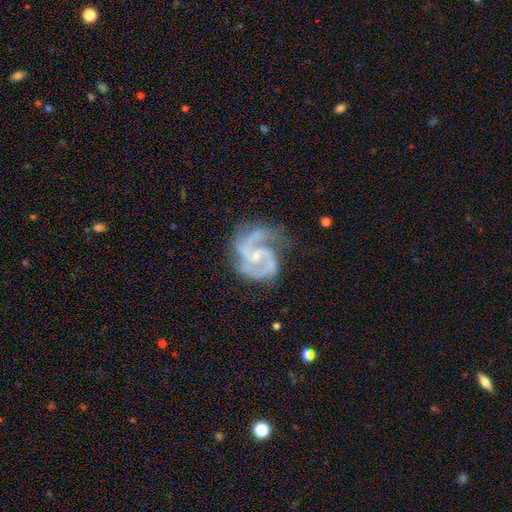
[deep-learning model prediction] The model was most divided on "bar": no: 46%, weak: 43%, strong: 11%. More confident: edge-on disk — no (98%); spiral arms — yes (98%); smooth or featured — featured or disk (92%); bulge size — small (66%); spiral arm count — 2 (64%); merging — none (62%); spiral winding — medium (61%).